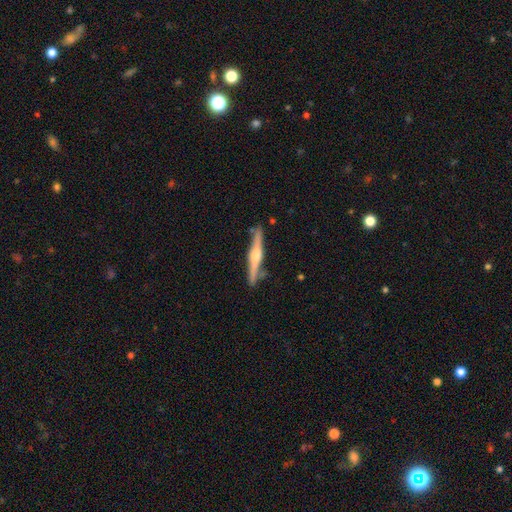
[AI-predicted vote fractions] The model was most divided on "smooth or featured": featured or disk: 71%, smooth: 23%, star or artifact: 5%. More confident: edge-on disk — yes (98%); merging — none (84%); edge-on bulge — rounded (81%).